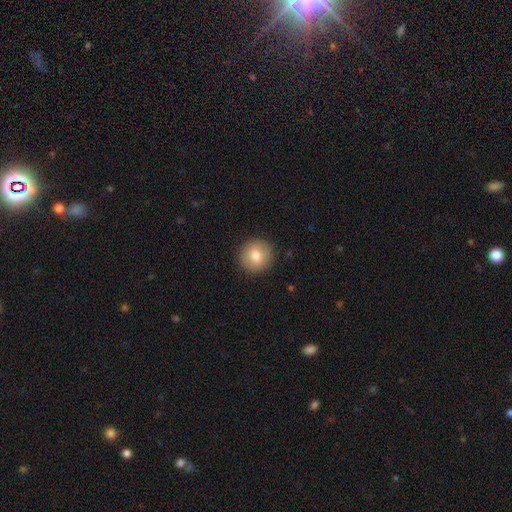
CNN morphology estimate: smooth 79%, featured or disk 13%, star or artifact 8%. Down the decision tree: how rounded — round (93%); merging — none (91%).